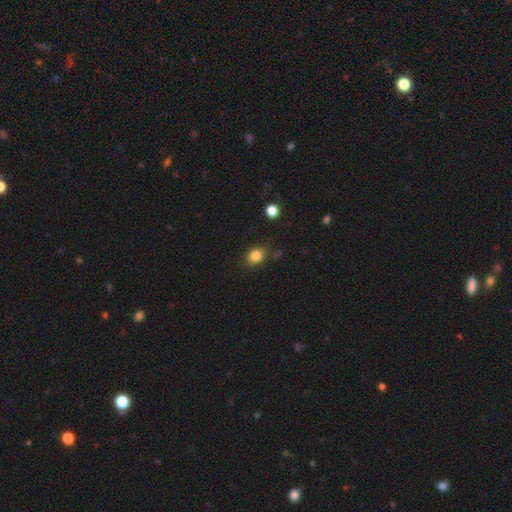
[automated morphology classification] smooth_or_featured: smooth (p=0.83) [alt: star or artifact p=0.11]
how_rounded: in between (p=0.51) [alt: round p=0.48]
merging: none (p=0.77) [alt: minor disturbance p=0.16]